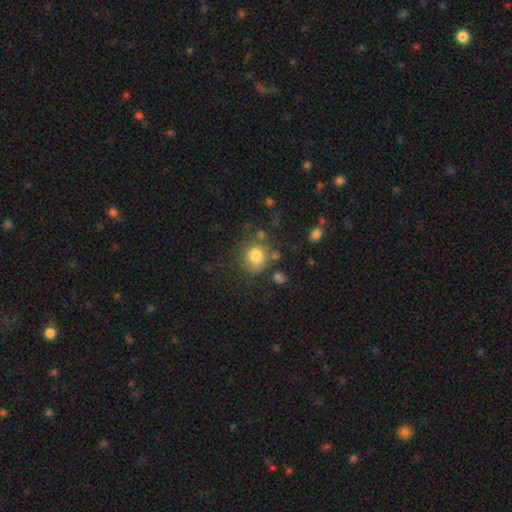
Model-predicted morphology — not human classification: smooth_or_featured: smooth (p=0.80) [alt: star or artifact p=0.10]
how_rounded: round (p=0.86) [alt: in between p=0.13]
merging: none (p=0.66) [alt: minor disturbance p=0.18]